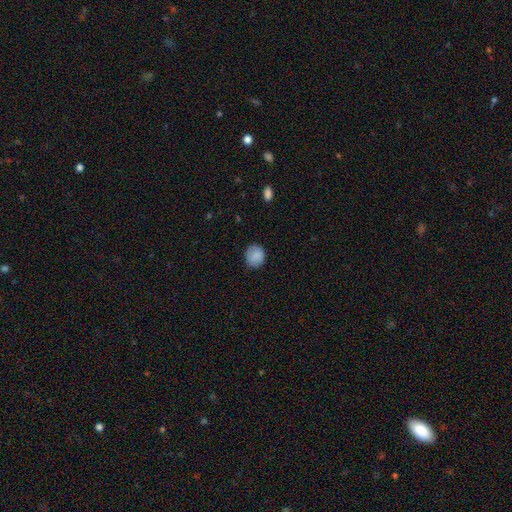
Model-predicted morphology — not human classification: Smooth or featured?
  - smooth: 86% *
  - star or artifact: 8%
  - featured or disk: 6%
How rounded?
  - round: 80% *
  - in between: 20%
  - cigar-shaped: 1%
Merging?
  - none: 81% *
  - minor disturbance: 15%
  - major disturbance: 3%
  - merger: 1%